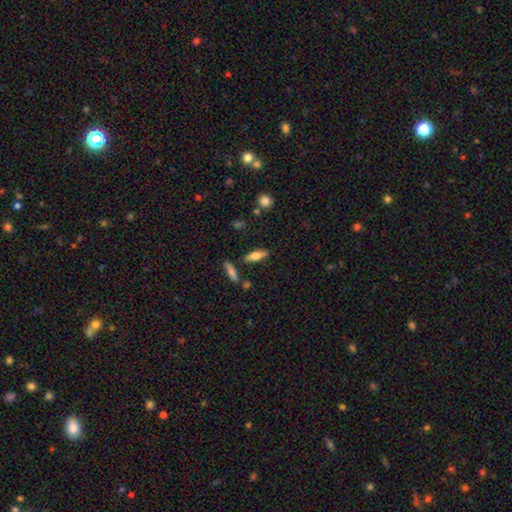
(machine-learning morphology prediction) This appears to be a smooth galaxy with no disk features (64%) that is in between round and cigar-shaped (61%). Merging: none (80%).